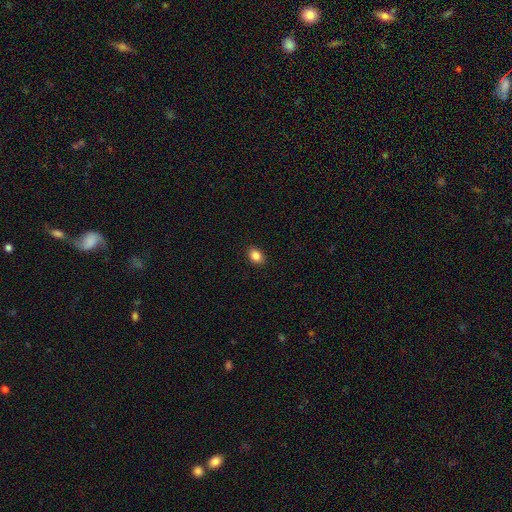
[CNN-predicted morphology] This is clearly a smooth galaxy (86%). How rounded: likely in between (73%). Merging: clearly none (90%).